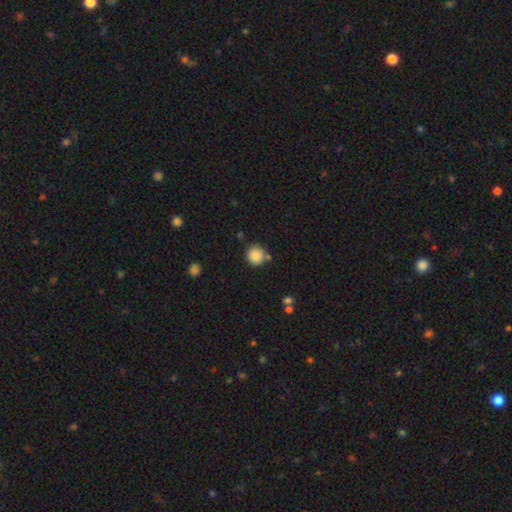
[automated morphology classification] smooth_or_featured: smooth (p=0.88) [alt: star or artifact p=0.09]
how_rounded: round (p=0.89) [alt: in between p=0.10]
merging: none (p=0.78) [alt: minor disturbance p=0.11]